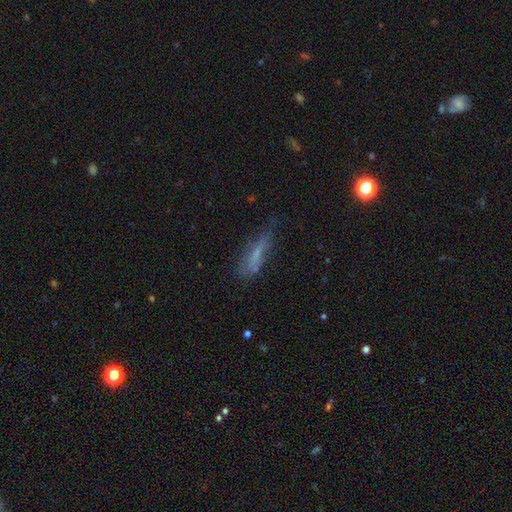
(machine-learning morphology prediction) smooth-or-featured: smooth: 55% | featured or disk: 33% | star or artifact: 12%
  how-rounded: cigar-shaped: 70% | in between: 28% | round: 2%
  merging: none: 54% | minor disturbance: 29% | major disturbance: 14% | merger: 3%